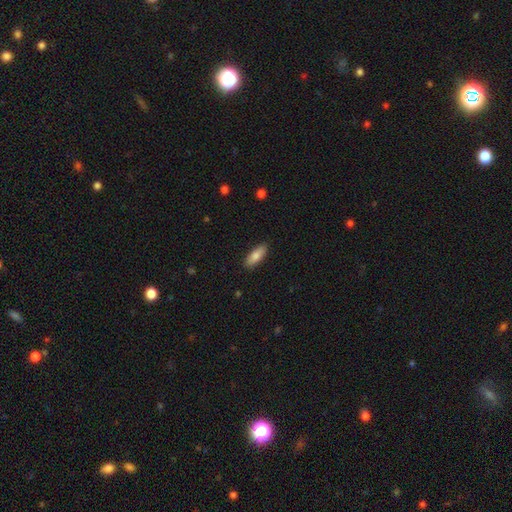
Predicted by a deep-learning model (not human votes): smooth-or-featured: smooth: 81% | featured or disk: 13% | star or artifact: 6%
  how-rounded: in between: 69% | cigar-shaped: 29% | round: 2%
  merging: none: 89% | minor disturbance: 8% | major disturbance: 2% | merger: 1%